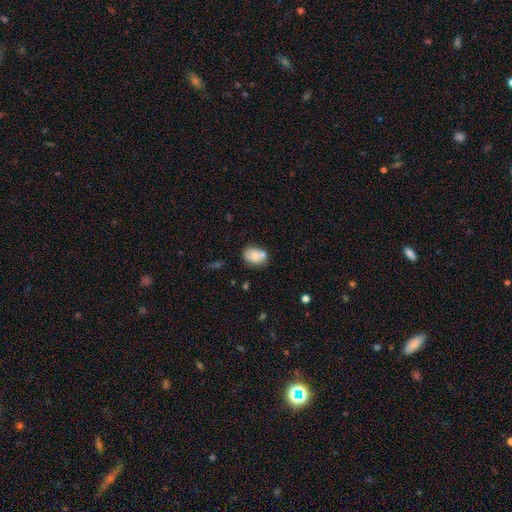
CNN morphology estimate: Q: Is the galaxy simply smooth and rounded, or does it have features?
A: smooth — 73%.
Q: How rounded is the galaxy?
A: in between — 71%.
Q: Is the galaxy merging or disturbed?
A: none — 58%.